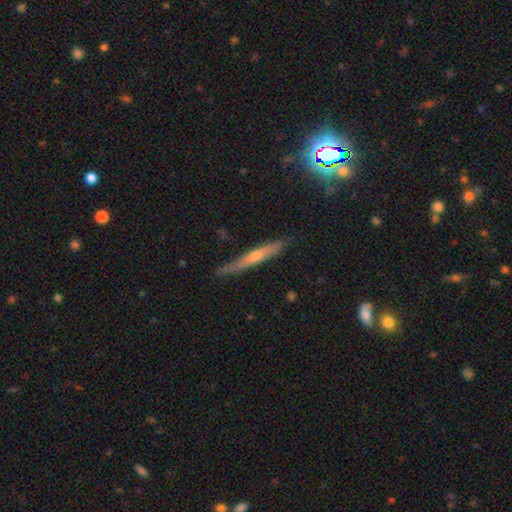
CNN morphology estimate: type=featured or disk (53%); edge-on=yes (95%); edge-on bulge=rounded (50%); merging=none (81%).